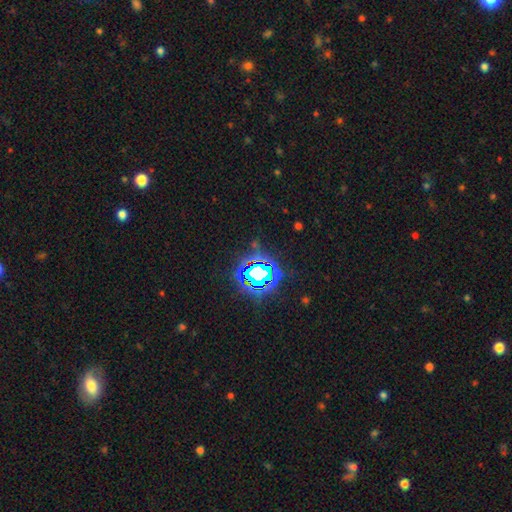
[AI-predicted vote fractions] A star or artifact, not a galaxy (84%).

Vote fractions:
- Smooth or featured? star or artifact: 84% / smooth: 10% / featured or disk: 6%